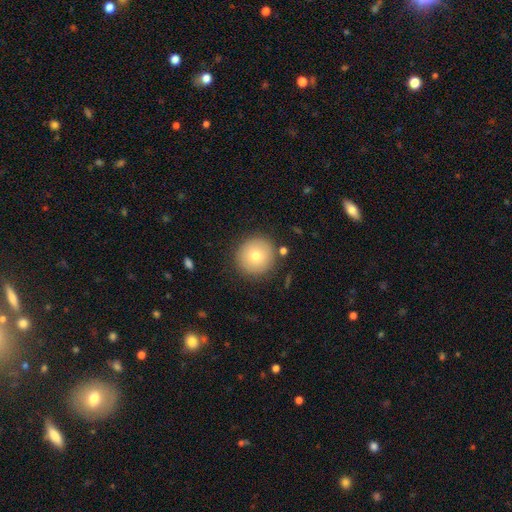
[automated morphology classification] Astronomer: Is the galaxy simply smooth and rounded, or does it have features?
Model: smooth — 75%.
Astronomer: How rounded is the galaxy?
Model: round — 95%.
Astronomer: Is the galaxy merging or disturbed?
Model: none — 88%.